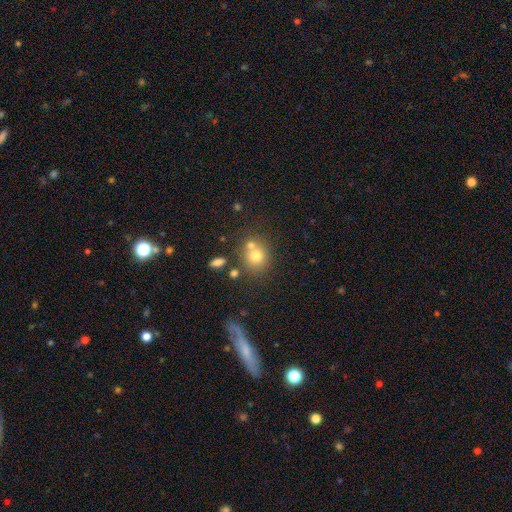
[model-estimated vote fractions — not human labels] Smooth or featured: smooth — 74% (featured or disk — 13%)
How rounded: round — 79% (in between — 20%)
Merging: none — 56% (merger — 29%)